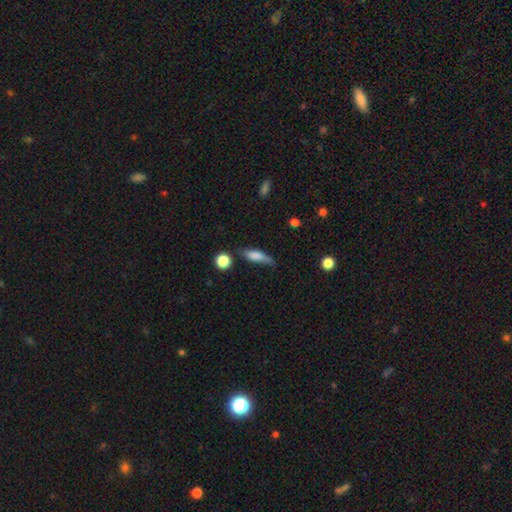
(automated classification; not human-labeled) Smooth or featured?
  - smooth: 72% *
  - featured or disk: 20%
  - star or artifact: 8%
How rounded?
  - cigar-shaped: 56% *
  - in between: 40%
  - round: 4%
Merging?
  - none: 48% *
  - minor disturbance: 34%
  - major disturbance: 13%
  - merger: 5%